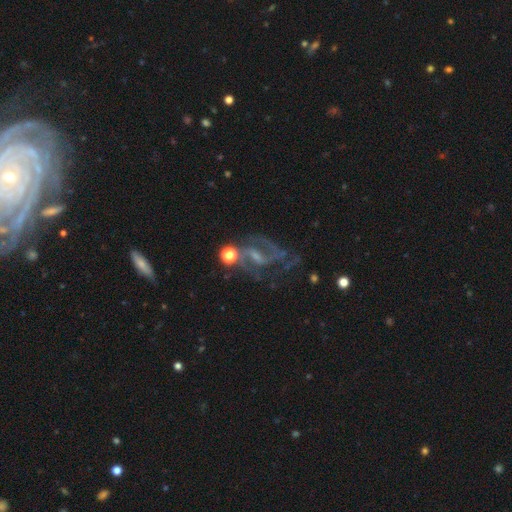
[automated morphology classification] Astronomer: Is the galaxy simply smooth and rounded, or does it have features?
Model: featured or disk — 77%.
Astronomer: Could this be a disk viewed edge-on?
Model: no — 95%.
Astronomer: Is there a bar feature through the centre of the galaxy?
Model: weak — 46% (runner-up: no, 32%).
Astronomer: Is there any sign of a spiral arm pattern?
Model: yes — 85%.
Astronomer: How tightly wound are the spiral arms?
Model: medium — 47% (runner-up: loose, 33%).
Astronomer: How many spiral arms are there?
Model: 2 — 64%.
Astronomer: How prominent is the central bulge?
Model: small — 50% (runner-up: none, 25%).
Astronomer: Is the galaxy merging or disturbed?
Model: none — 47% (runner-up: major disturbance, 25%).